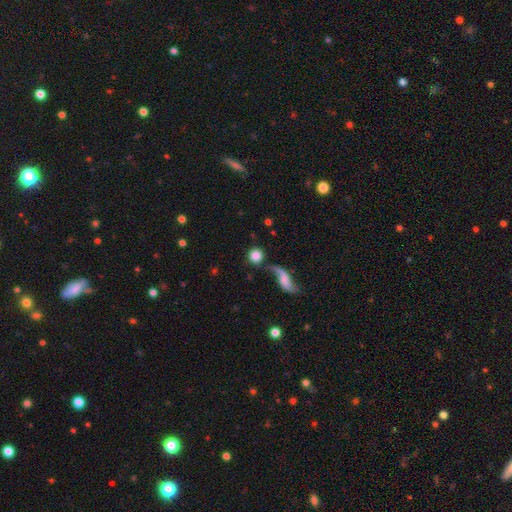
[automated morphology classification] smooth 76%, featured or disk 15%, star or artifact 9%. Down the decision tree: how rounded — round (90%); merging — none (61%).